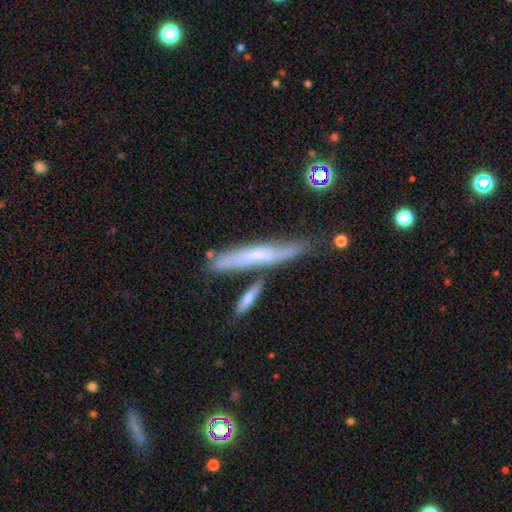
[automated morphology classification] featured or disk 50%, smooth 42%, star or artifact 8%. Down the decision tree: merging — none (55%).